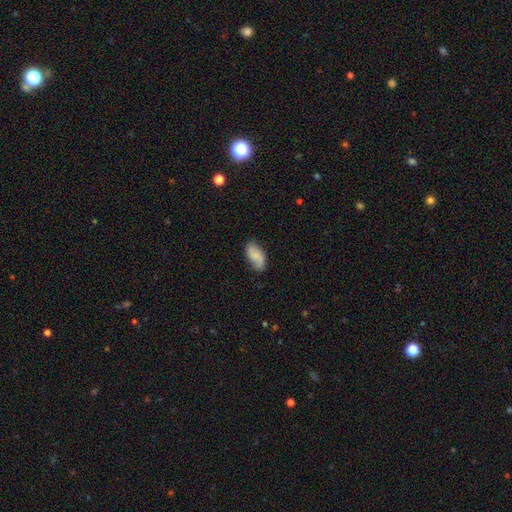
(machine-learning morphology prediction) Smooth or featured?
  - smooth: 59% *
  - featured or disk: 34%
  - star or artifact: 8%
How rounded?
  - in between: 93% *
  - cigar-shaped: 4%
  - round: 3%
Merging?
  - none: 71% *
  - minor disturbance: 22%
  - major disturbance: 5%
  - merger: 2%